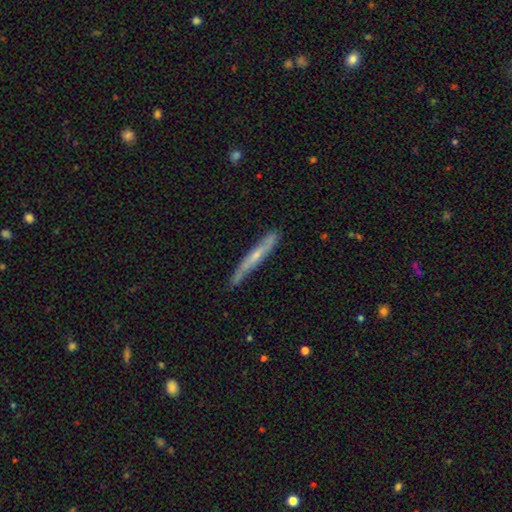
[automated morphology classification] Overall: featured or disk (57%; smooth 37%). Edge-on disk: yes (85%). Merging: none (77%).